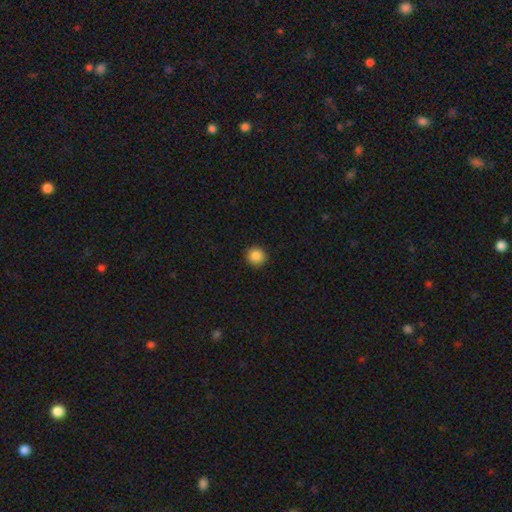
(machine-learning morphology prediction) Smooth or featured?
  - smooth: 87% *
  - star or artifact: 10%
  - featured or disk: 4%
How rounded?
  - round: 94% *
  - in between: 5%
  - cigar-shaped: 1%
Merging?
  - none: 92% *
  - minor disturbance: 5%
  - major disturbance: 2%
  - merger: 1%